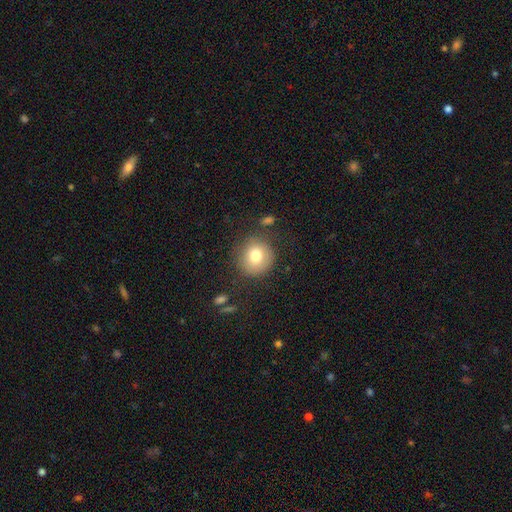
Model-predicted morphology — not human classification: Smooth or featured? smooth (78%)
How rounded? round (89%)
Merging? none (79%)